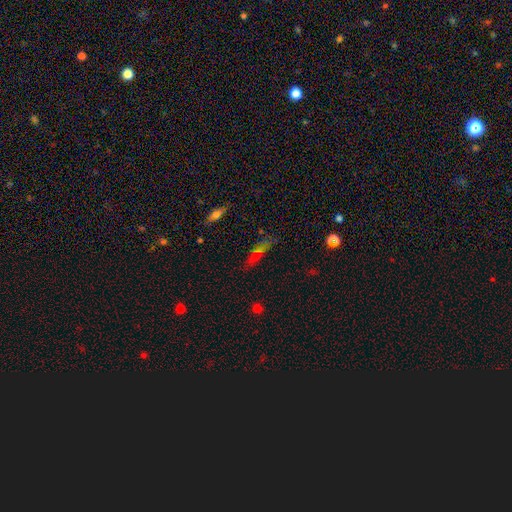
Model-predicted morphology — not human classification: Smooth or featured? Predicted: smooth (p=0.59). How rounded? Predicted: cigar-shaped (p=0.67). Merging? Predicted: none (p=0.74).